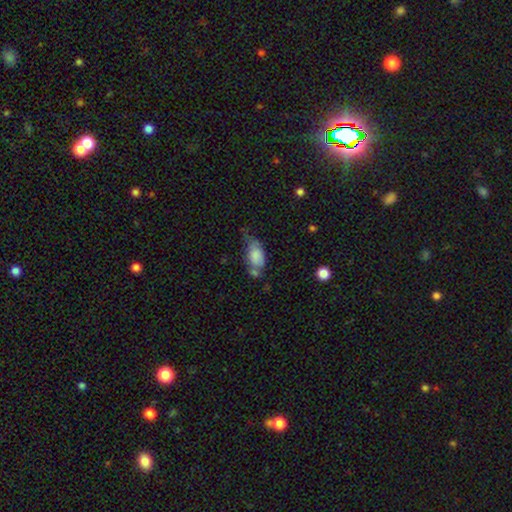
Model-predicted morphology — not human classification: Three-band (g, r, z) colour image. It shows a smooth galaxy with no disk features (74%) that is in between round and cigar-shaped (89%). Merging: minor disturbance (33%).